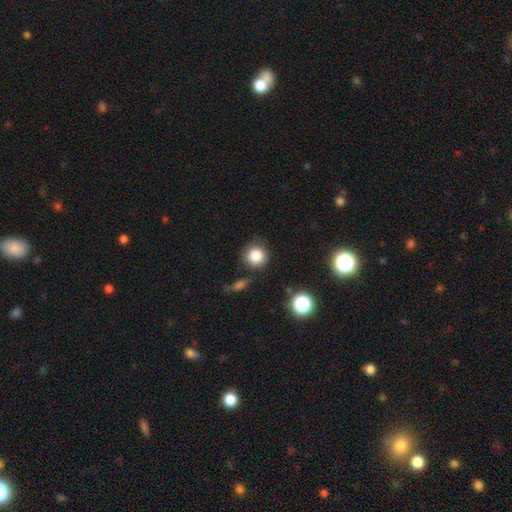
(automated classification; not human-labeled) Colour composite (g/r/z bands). It shows a smooth galaxy with no disk features (83%) that is round (92%). Merging: none (81%).